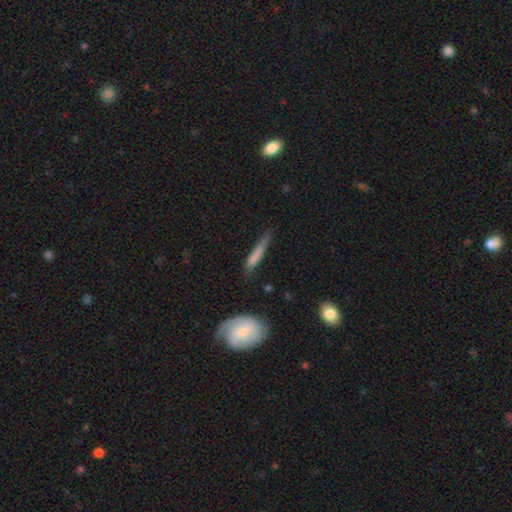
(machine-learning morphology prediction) type=smooth (65%); roundness=cigar-shaped (90%); merging=none (60%).